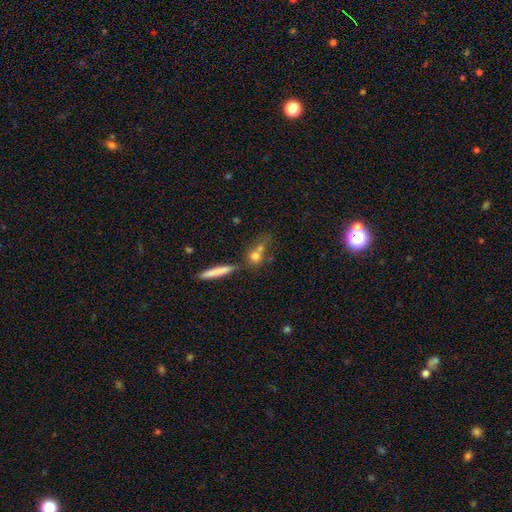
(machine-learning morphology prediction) A smooth galaxy with no disk features (69%) that is round (51%).

Vote fractions:
- Smooth or featured? smooth: 69% / featured or disk: 20% / star or artifact: 11%
- How rounded? round: 51% / in between: 25% / cigar-shaped: 25%
- Merging? none: 46% / merger: 36% / minor disturbance: 11% / major disturbance: 7%